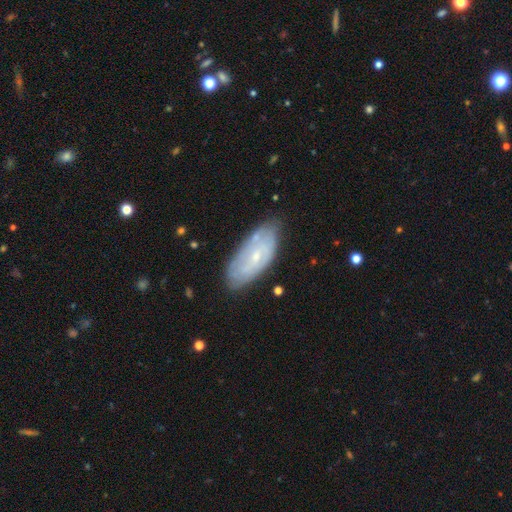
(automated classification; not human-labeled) The model was most divided on "smooth or featured": featured or disk: 56%, smooth: 37%, star or artifact: 7%. More confident: edge-on disk — no (88%); merging — none (73%).